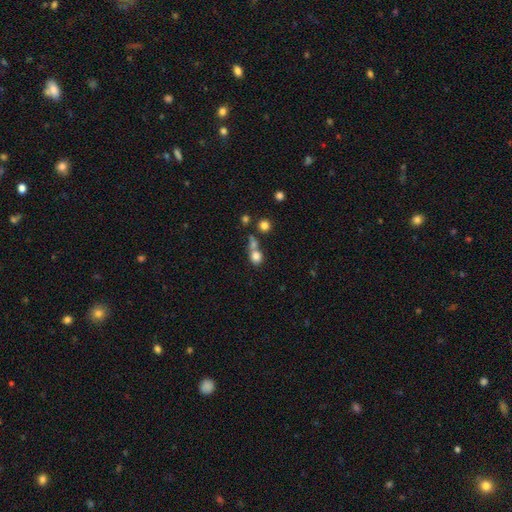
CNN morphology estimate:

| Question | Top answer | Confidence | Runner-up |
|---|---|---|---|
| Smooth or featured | smooth | 78% | star or artifact (12%) |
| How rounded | round | 73% | in between (26%) |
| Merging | merger | 44% | none (41%) |